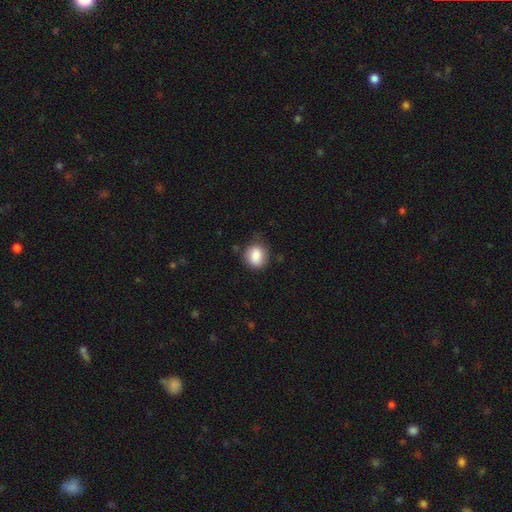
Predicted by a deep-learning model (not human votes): A smooth galaxy with no disk features (86%) that is round (62%).

Vote fractions:
- Smooth or featured? smooth: 86% / star or artifact: 8% / featured or disk: 6%
- How rounded? round: 62% / in between: 37% / cigar-shaped: 1%
- Merging? none: 68% / minor disturbance: 24% / major disturbance: 6% / merger: 2%